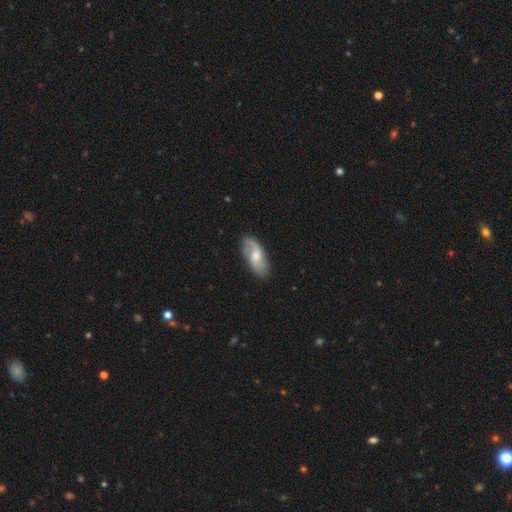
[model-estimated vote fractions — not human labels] smooth_or_featured: featured or disk (p=0.57) [alt: smooth p=0.37]
disk_edge_on: no (p=0.91) [alt: yes p=0.09]
bar: no (p=0.50) [alt: weak p=0.43]
has_spiral_arms: yes (p=0.87) [alt: no p=0.13]
bulge_size: moderate (p=0.56) [alt: small p=0.28]
merging: none (p=0.75) [alt: minor disturbance p=0.18]